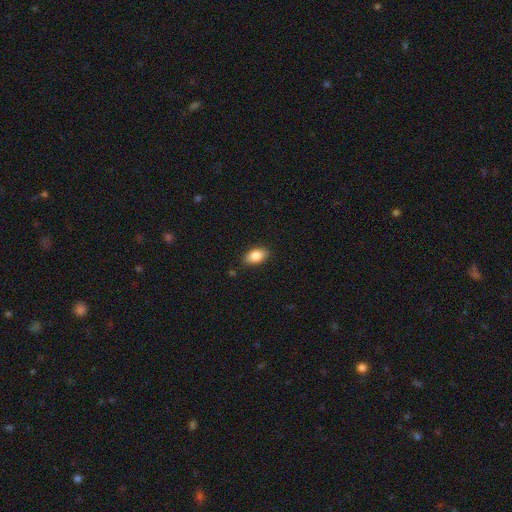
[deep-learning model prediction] Smooth or featured? Predicted: smooth (p=0.84). How rounded? Predicted: in between (p=0.90). Merging? Predicted: none (p=0.84).